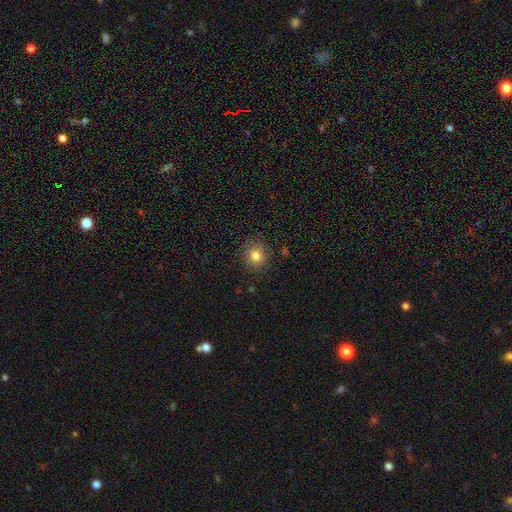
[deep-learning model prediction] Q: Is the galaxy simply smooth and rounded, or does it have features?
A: smooth — 82%.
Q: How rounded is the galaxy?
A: round — 87%.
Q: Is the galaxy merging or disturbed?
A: none — 88%.